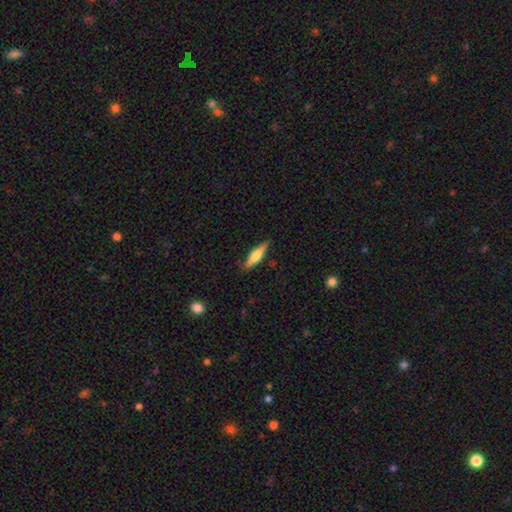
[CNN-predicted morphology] Q: Smooth or featured?
A: featured or disk (51%); runner-up: smooth (44%)
Q: Edge-on disk?
A: yes (95%); runner-up: no (5%)
Q: Merging?
A: none (85%); runner-up: minor disturbance (11%)